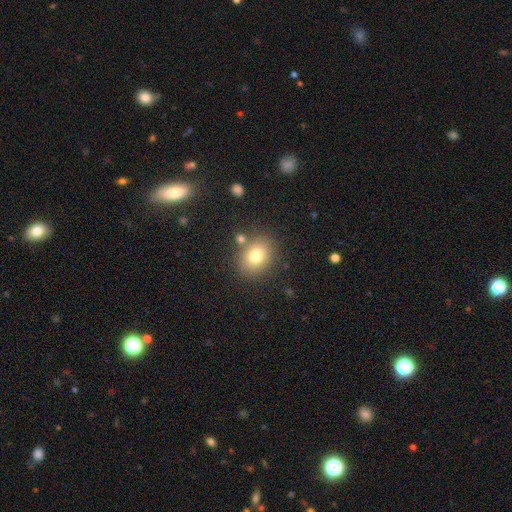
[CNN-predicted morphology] type=smooth (76%); roundness=round (58%); merging=none (78%).